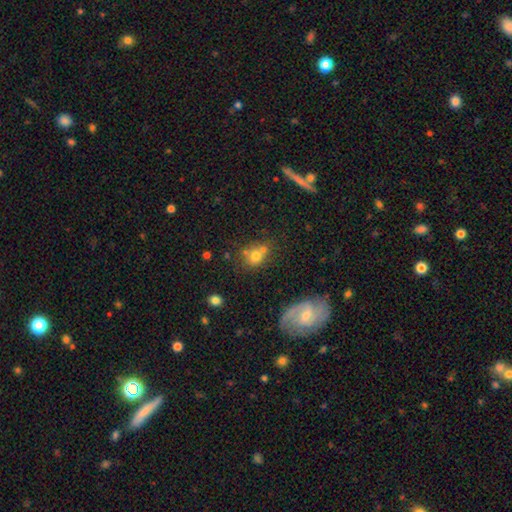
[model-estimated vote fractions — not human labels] Morphology: type=smooth (68%); roundness=round (68%); merging=none (46%).